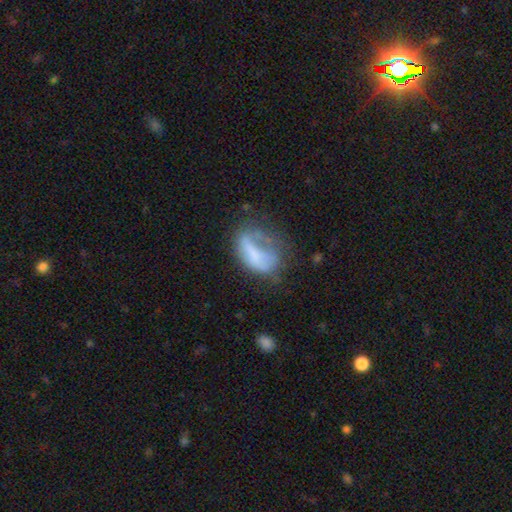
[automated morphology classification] The model was most divided on "smooth or featured": smooth: 52%, featured or disk: 37%, star or artifact: 11%. Remaining: how rounded — in between (77%); merging — major disturbance (44%).